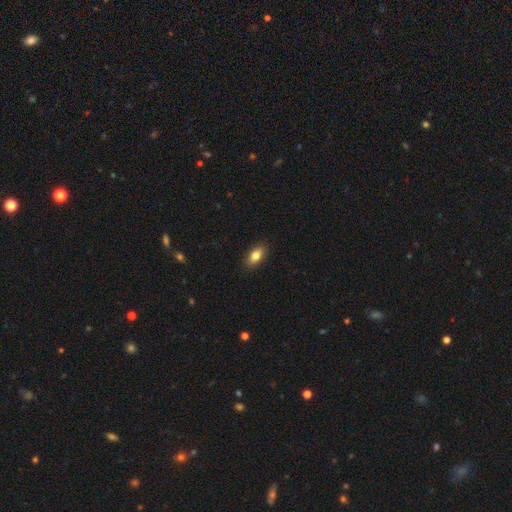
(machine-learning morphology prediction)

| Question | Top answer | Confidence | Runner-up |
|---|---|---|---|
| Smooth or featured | smooth | 82% | featured or disk (11%) |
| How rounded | in between | 89% | cigar-shaped (6%) |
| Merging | none | 89% | minor disturbance (8%) |